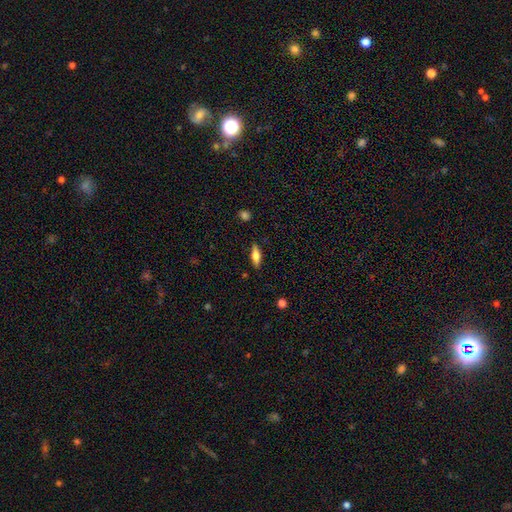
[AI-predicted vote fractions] This appears to be a smooth galaxy with no disk features (62%) that is in between round and cigar-shaped (58%). Merging: none (87%).